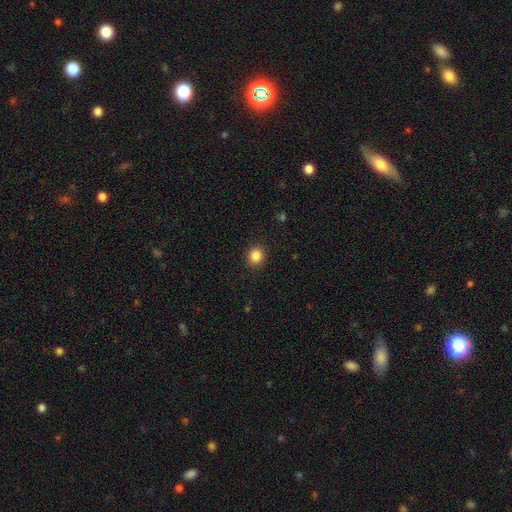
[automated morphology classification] smooth_or_featured: smooth (p=0.86) [alt: star or artifact p=0.10]
how_rounded: round (p=0.82) [alt: in between p=0.17]
merging: none (p=0.91) [alt: minor disturbance p=0.06]